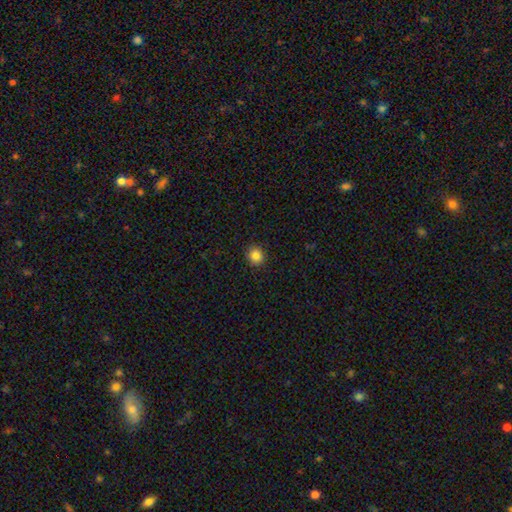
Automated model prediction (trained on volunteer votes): Smooth or featured: smooth — 85% (star or artifact — 11%)
How rounded: round — 83% (in between — 17%)
Merging: none — 89% (minor disturbance — 8%)